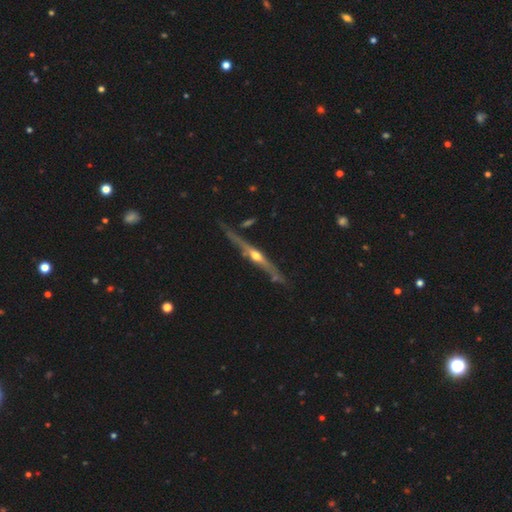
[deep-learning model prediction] This appears to be a featured or disk galaxy (81%) viewed edge-on (96%) with a rounded central bulge (90%). Merging: none (77%).